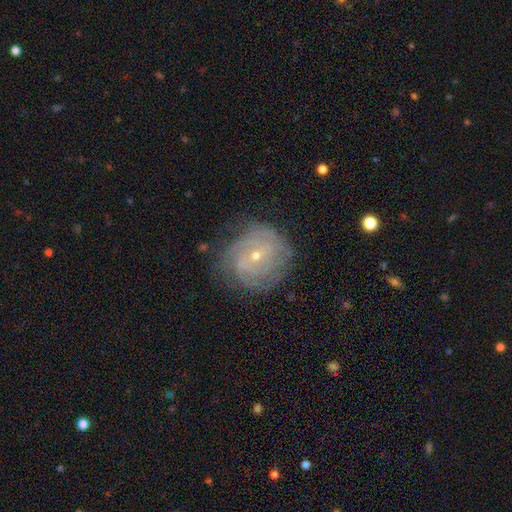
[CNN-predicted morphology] Smooth or featured? Predicted: featured or disk (p=0.78). Edge-on disk? Predicted: no (p=0.97). Bar? Predicted: no (p=0.60). Spiral arms? Predicted: yes (p=0.91). Spiral winding? Predicted: tight (p=0.70). Spiral arm count? Predicted: can't tell (p=0.44). Bulge size? Predicted: small (p=0.72). Merging? Predicted: none (p=0.74).